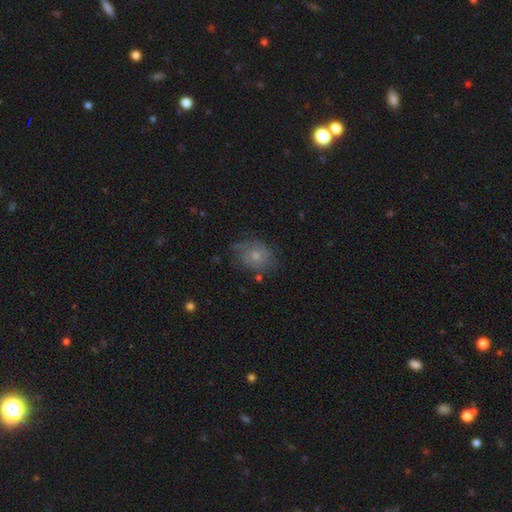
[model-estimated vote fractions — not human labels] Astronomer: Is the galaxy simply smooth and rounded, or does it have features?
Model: smooth — 54% (runner-up: featured or disk, 34%).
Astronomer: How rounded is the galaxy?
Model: in between — 53% (runner-up: round, 45%).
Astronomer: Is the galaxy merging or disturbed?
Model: none — 60%.